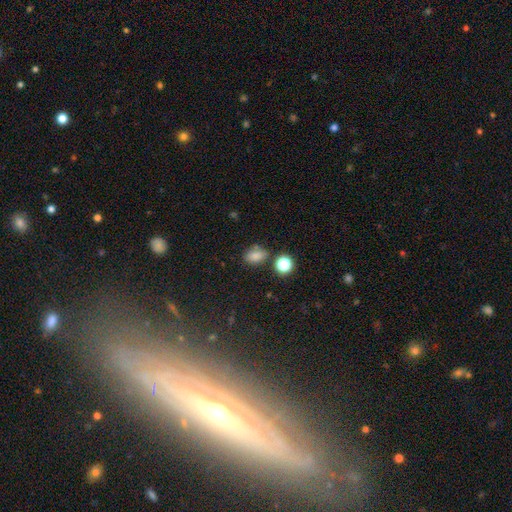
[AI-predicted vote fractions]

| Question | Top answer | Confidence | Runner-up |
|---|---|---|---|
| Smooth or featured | smooth | 80% | star or artifact (14%) |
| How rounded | in between | 76% | round (22%) |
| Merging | none | 70% | minor disturbance (17%) |